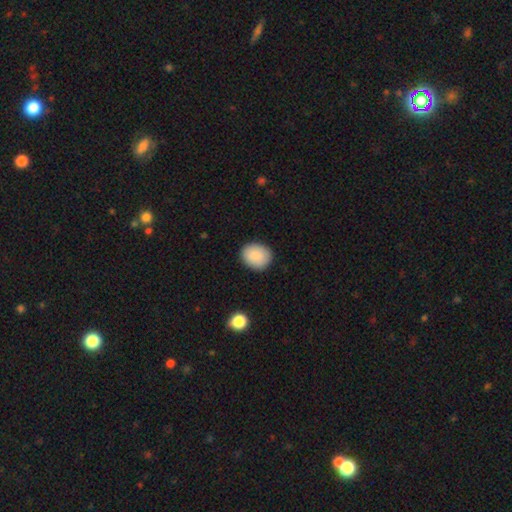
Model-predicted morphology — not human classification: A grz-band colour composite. It shows a smooth galaxy with no disk features (87%) that is round (57%). Merging: none (88%).